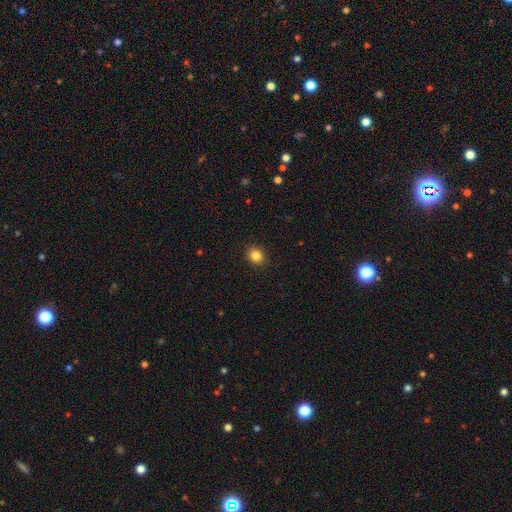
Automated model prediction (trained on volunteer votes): The model was most divided on "how rounded": round: 79%, in between: 20%, cigar-shaped: 1%. More confident: merging — none (91%); smooth or featured — smooth (85%).